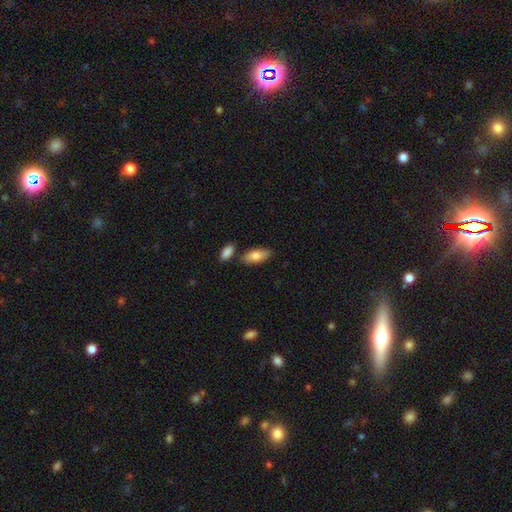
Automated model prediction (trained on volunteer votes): Q: Smooth or featured?
A: smooth (81%); runner-up: featured or disk (13%)
Q: How rounded?
A: in between (85%); runner-up: cigar-shaped (12%)
Q: Merging?
A: none (77%); runner-up: minor disturbance (12%)